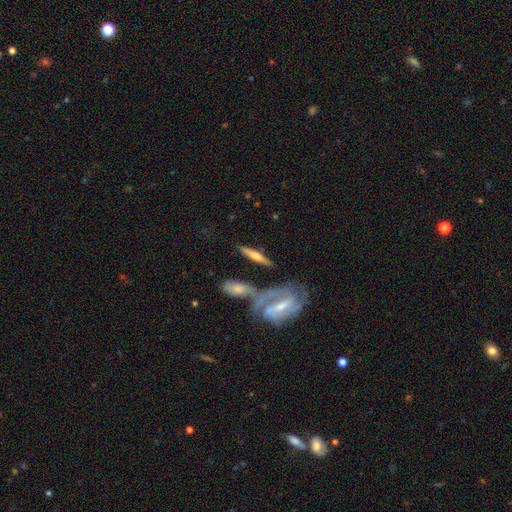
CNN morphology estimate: Overall: featured or disk (55%; smooth 38%). Edge-on disk: yes (70%). Merging: none (59%; merger 20%).